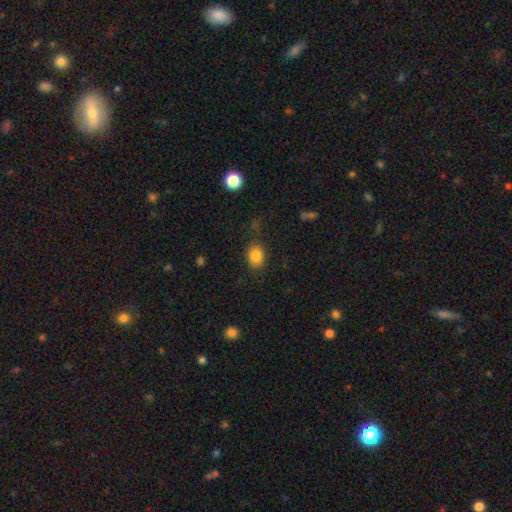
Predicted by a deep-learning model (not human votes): Smooth or featured? smooth (84%)
How rounded? in between (57%)
Merging? none (82%)